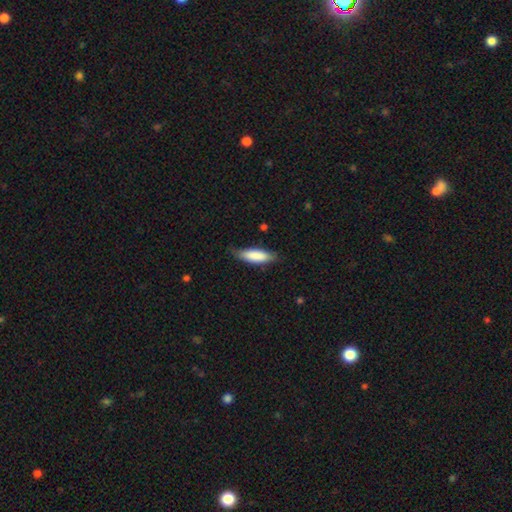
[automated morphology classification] type=smooth (83%); roundness=in between (55%); merging=none (73%).